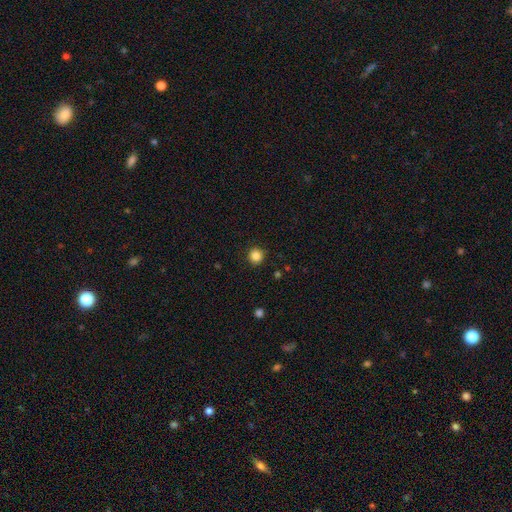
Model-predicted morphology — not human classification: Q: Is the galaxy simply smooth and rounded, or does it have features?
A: smooth — 86%.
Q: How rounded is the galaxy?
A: round — 94%.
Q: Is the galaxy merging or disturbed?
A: none — 91%.